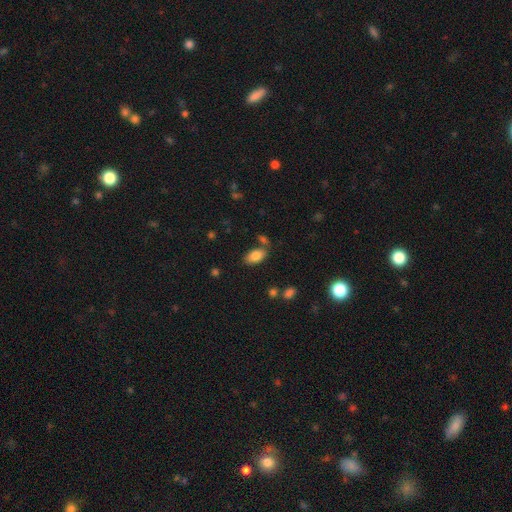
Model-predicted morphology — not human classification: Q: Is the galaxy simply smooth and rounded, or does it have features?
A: smooth — 83%.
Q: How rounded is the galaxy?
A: in between — 94%.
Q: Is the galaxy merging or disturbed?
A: none — 72%.